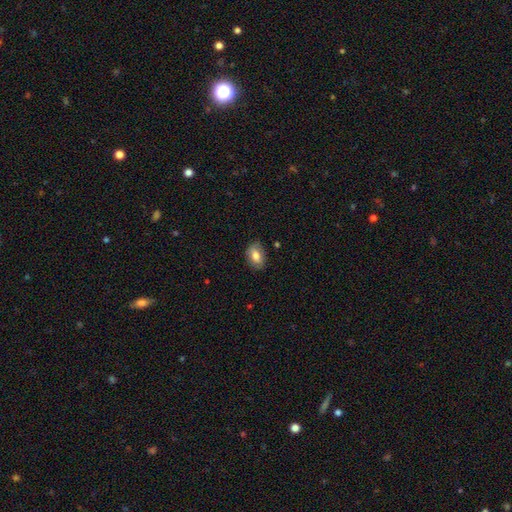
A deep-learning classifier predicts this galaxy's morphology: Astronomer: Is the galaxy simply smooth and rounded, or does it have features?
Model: smooth — 75%.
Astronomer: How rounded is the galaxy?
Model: in between — 84%.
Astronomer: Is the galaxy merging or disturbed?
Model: none — 79%.